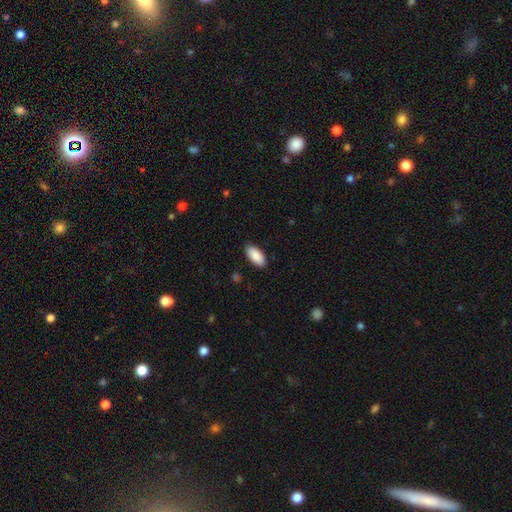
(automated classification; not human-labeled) A smooth galaxy with no disk features (90%) that is in between round and cigar-shaped (93%). Merging: none (89%).